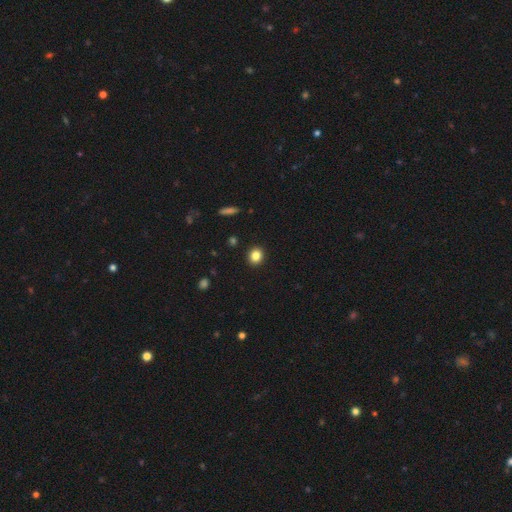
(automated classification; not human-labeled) Smooth or featured? Predicted: smooth (p=0.84). How rounded? Predicted: round (p=0.79). Merging? Predicted: none (p=0.92).